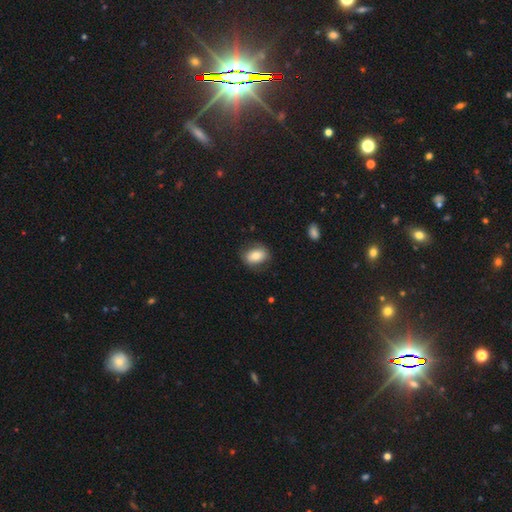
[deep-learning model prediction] This is likely a smooth galaxy (79%). How rounded: likely in between (79%). Merging: likely none (78%).